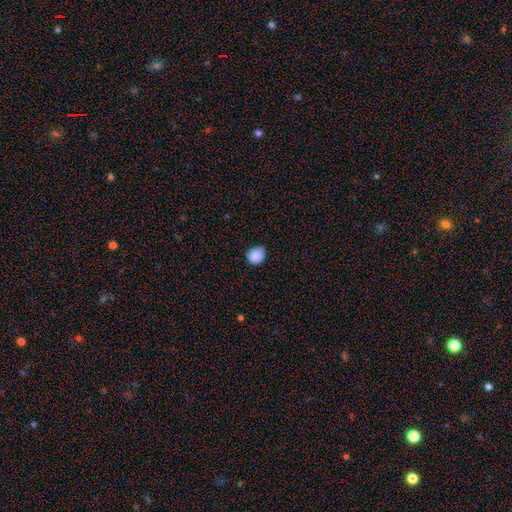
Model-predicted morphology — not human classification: Smooth or featured? smooth (88%)
How rounded? round (69%)
Merging? none (70%)